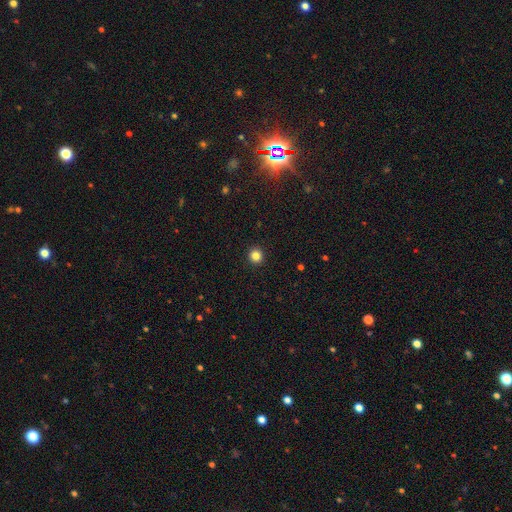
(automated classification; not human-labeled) A smooth galaxy with no disk features (84%) that is round (92%).

Vote fractions:
- Smooth or featured? smooth: 84% / star or artifact: 12% / featured or disk: 4%
- How rounded? round: 92% / in between: 7% / cigar-shaped: 1%
- Merging? none: 93% / minor disturbance: 4% / major disturbance: 2% / merger: 1%